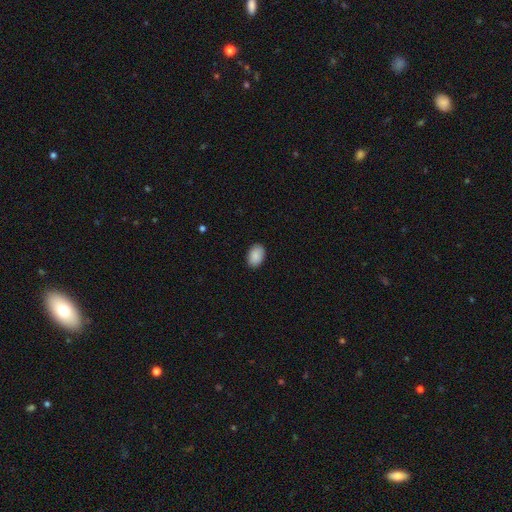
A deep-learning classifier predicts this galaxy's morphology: This is clearly a smooth galaxy (89%). How rounded: clearly in between (88%). Merging: clearly none (89%).